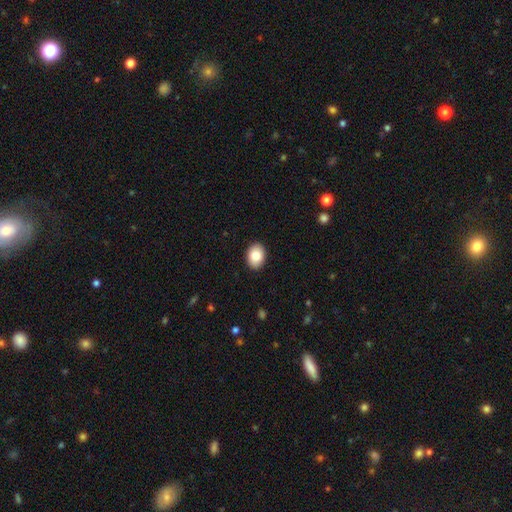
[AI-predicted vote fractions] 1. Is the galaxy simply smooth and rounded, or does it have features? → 86% smooth, 7% featured or disk, 7% star or artifact.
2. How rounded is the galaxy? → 75% in between, 25% round, 1% cigar-shaped.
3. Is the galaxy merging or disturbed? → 91% none, 7% minor disturbance, 2% major disturbance, 1% merger.